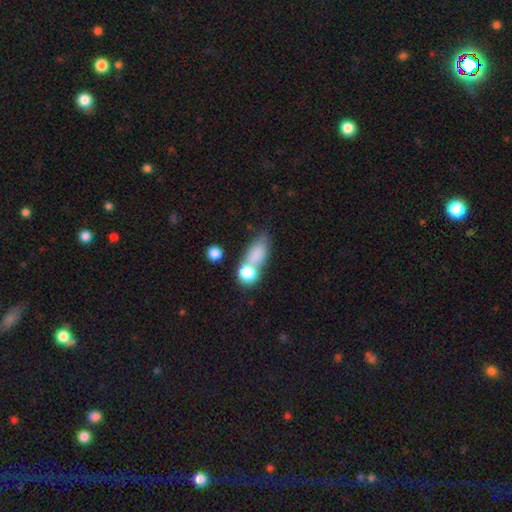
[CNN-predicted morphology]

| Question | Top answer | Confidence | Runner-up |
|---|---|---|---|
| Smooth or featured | smooth | 77% | featured or disk (13%) |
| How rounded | in between | 70% | round (19%) |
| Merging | merger | 43% | none (35%) |